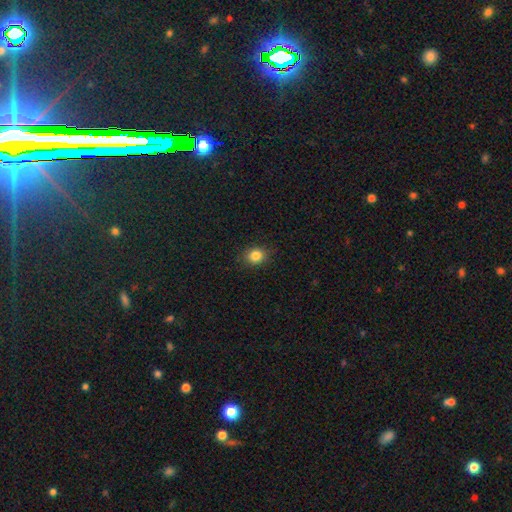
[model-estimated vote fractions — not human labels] Morphology: type=smooth (84%); roundness=round (67%); merging=none (87%).